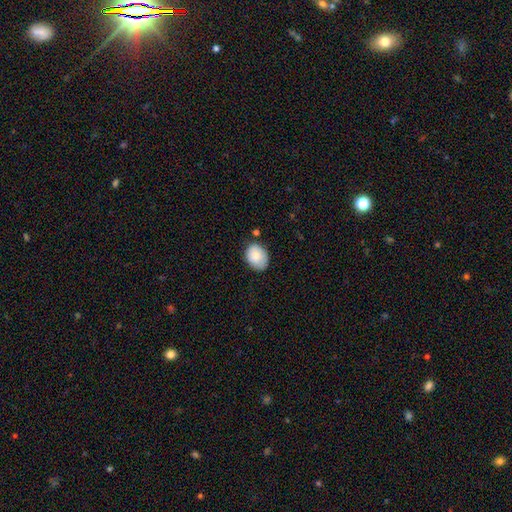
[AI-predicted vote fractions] Smooth or featured? Predicted: smooth (p=0.83). How rounded? Predicted: in between (p=0.65). Merging? Predicted: none (p=0.74).